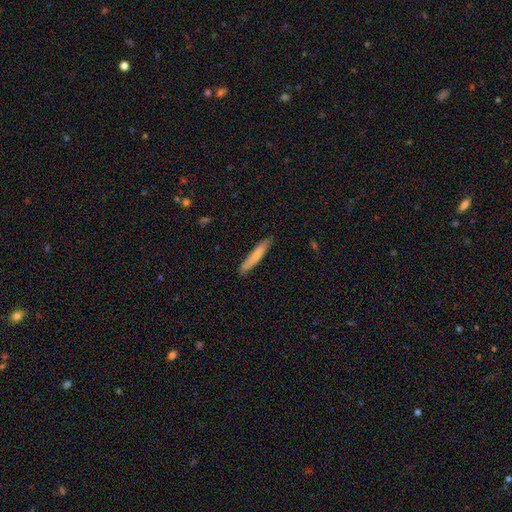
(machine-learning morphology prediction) This is likely a smooth galaxy (72%). How rounded: clearly cigar-shaped (94%). Merging: clearly none (86%).